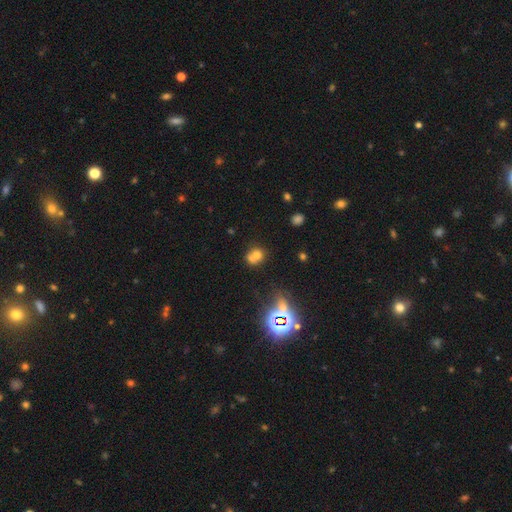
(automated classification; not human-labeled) Morphology: type=smooth (64%); roundness=round (73%); merging=merger (54%).